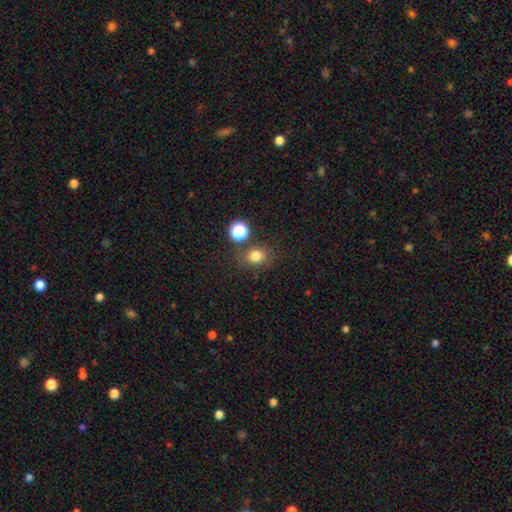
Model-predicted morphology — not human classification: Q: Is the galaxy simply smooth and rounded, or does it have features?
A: smooth — 78%.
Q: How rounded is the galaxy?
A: round — 69%.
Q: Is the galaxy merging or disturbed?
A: none — 74%.